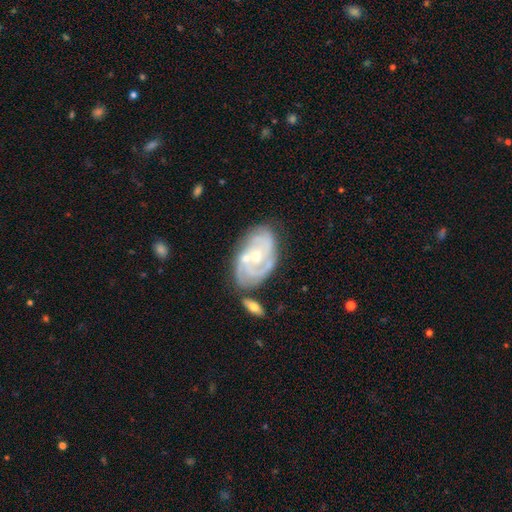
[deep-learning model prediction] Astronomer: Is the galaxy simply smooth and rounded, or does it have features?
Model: featured or disk — 84%.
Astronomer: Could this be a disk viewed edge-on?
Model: no — 96%.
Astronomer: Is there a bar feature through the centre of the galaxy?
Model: no — 71%.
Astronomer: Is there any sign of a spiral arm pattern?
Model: yes — 93%.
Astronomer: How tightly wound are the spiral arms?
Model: tight — 62%.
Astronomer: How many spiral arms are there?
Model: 2 — 31% (runner-up: 3, 28%).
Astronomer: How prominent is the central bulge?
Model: moderate — 54% (runner-up: small, 42%).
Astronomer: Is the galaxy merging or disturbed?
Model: none — 57%.